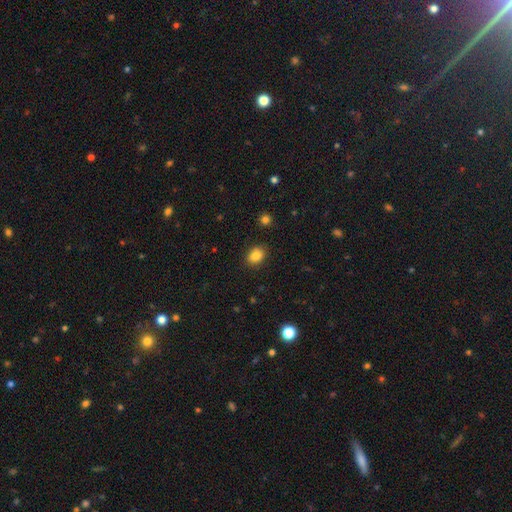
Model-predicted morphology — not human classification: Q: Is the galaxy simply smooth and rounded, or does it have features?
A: smooth — 85%.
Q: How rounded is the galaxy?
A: in between — 66%.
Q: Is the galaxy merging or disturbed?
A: none — 87%.